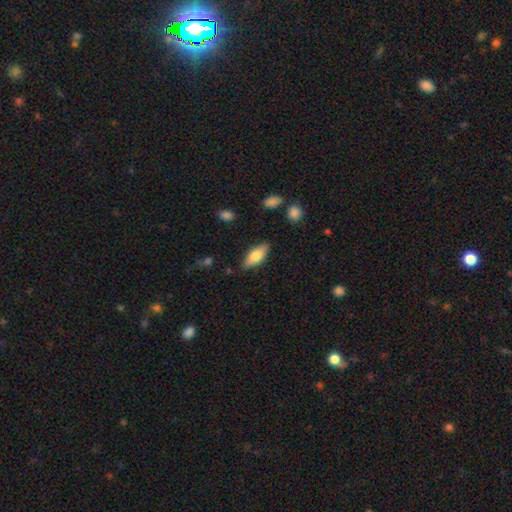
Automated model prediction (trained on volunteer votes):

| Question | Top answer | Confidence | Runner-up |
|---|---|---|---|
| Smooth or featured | smooth | 68% | featured or disk (25%) |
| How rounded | in between | 75% | cigar-shaped (23%) |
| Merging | none | 84% | minor disturbance (11%) |